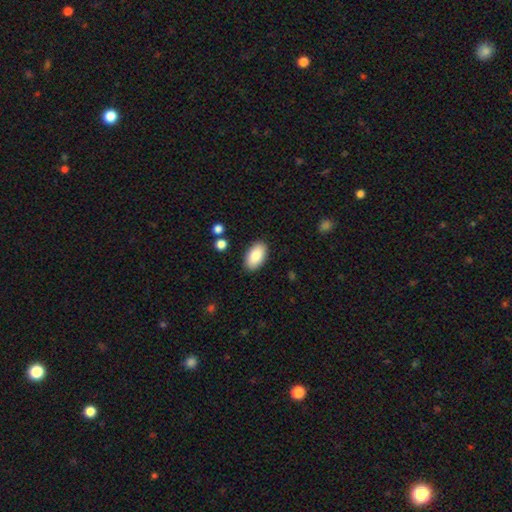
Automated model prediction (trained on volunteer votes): Smooth or featured: smooth — 87% (star or artifact — 6%)
How rounded: in between — 95% (round — 3%)
Merging: none — 88% (minor disturbance — 8%)